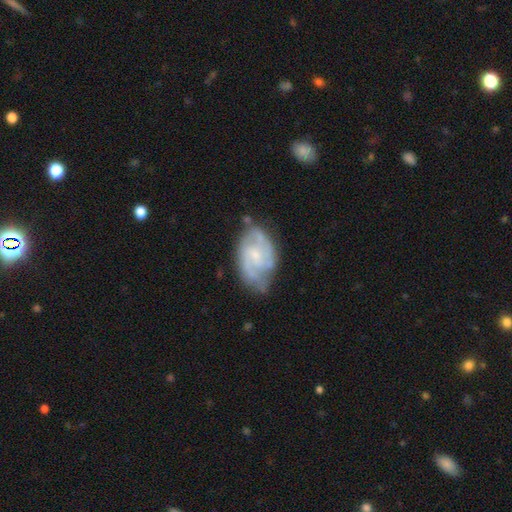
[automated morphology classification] Smooth or featured? featured or disk (82%)
Edge-on disk? no (97%)
Bar? no (49%)
Spiral arms? yes (94%)
Spiral winding? medium (49%)
Spiral arm count? 2 (62%)
Bulge size? small (64%)
Merging? none (64%)